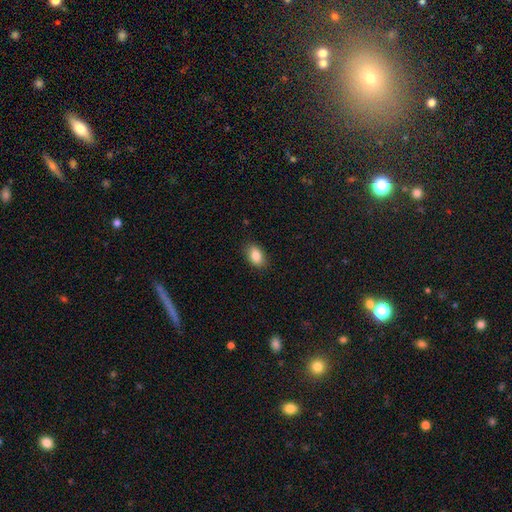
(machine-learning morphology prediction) Q: Smooth or featured?
A: smooth (85%); runner-up: star or artifact (8%)
Q: How rounded?
A: in between (88%); runner-up: round (10%)
Q: Merging?
A: none (87%); runner-up: minor disturbance (10%)